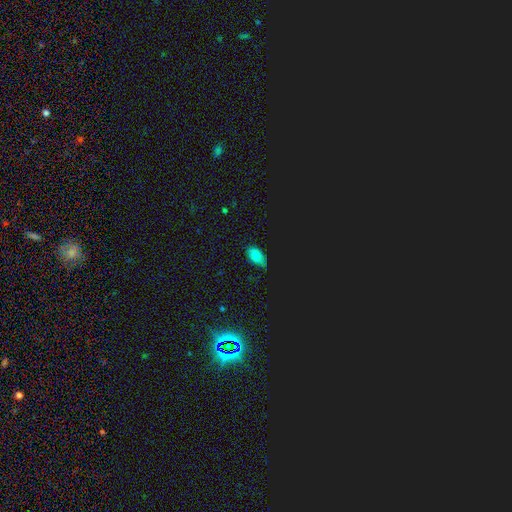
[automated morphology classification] Q: Smooth or featured?
A: smooth (71%); runner-up: star or artifact (22%)
Q: How rounded?
A: in between (91%); runner-up: round (6%)
Q: Merging?
A: none (72%); runner-up: minor disturbance (22%)